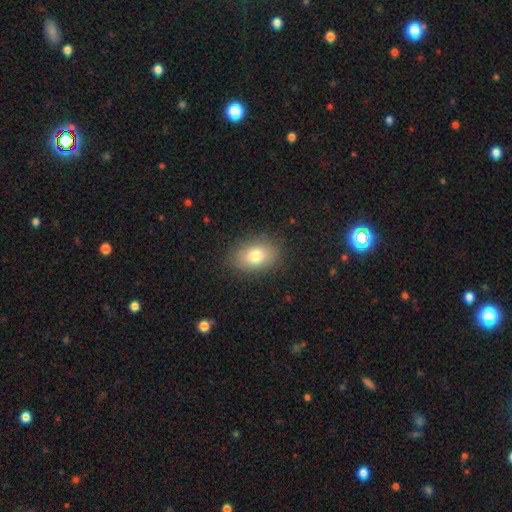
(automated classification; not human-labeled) This appears to be a smooth galaxy with no disk features (80%) that is in between round and cigar-shaped (81%). Merging: none (85%).